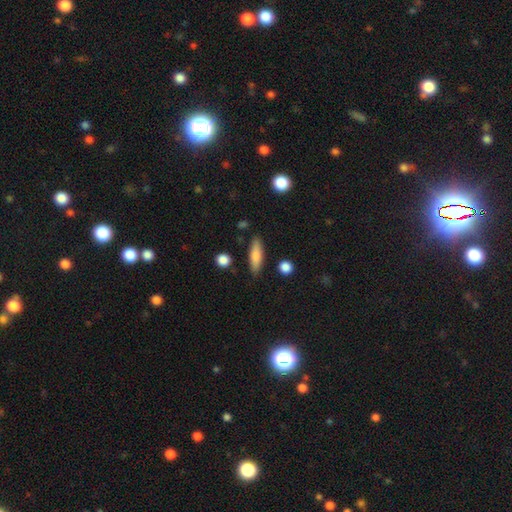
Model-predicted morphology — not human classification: This is likely a smooth galaxy (78%). How rounded: possibly cigar-shaped (59%). Merging: clearly none (85%).